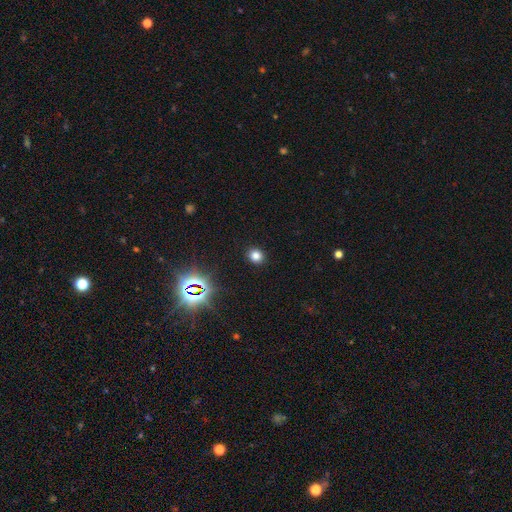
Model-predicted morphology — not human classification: A smooth galaxy with no disk features (76%) that is round (77%). Merging: none (91%).